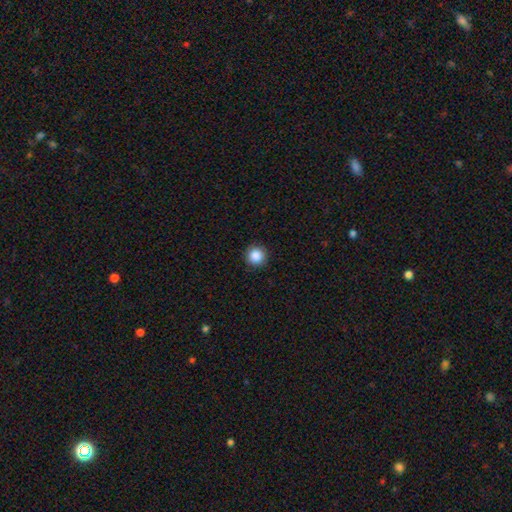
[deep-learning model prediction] Smooth or featured: smooth — 87% (star or artifact — 10%)
How rounded: round — 95% (in between — 4%)
Merging: none — 92% (minor disturbance — 6%)